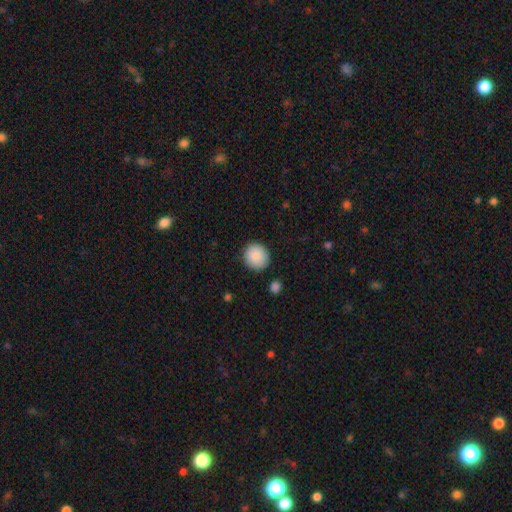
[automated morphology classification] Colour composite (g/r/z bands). It shows a smooth galaxy with no disk features (89%) that is round (88%). Merging: none (87%).